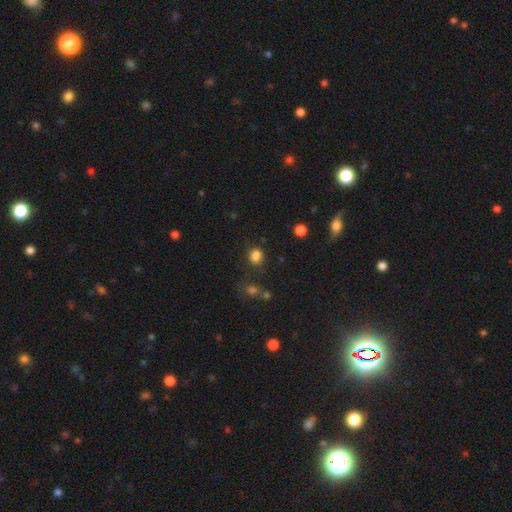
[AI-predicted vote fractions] Smooth or featured? Predicted: smooth (p=0.80). How rounded? Predicted: round (p=0.57). Merging? Predicted: none (p=0.71).